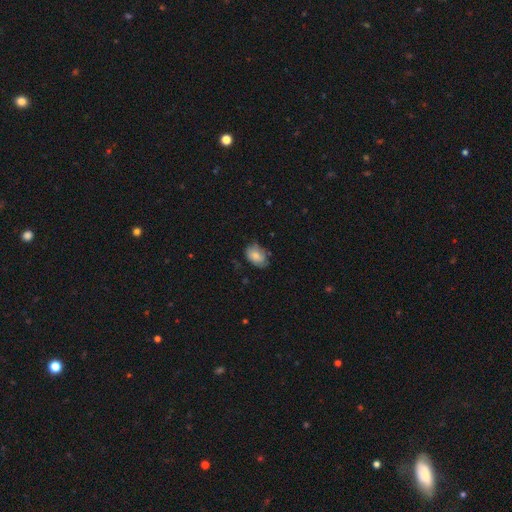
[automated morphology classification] Smooth or featured? Predicted: smooth (p=0.72). How rounded? Predicted: in between (p=0.81). Merging? Predicted: none (p=0.61).